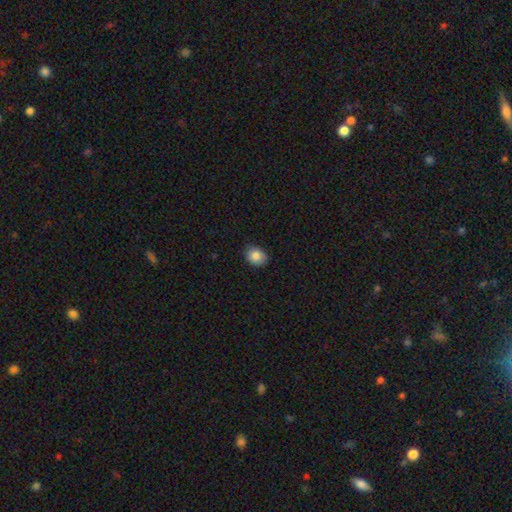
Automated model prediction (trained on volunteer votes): Morphology: type=smooth (83%); roundness=round (56%); merging=none (84%).